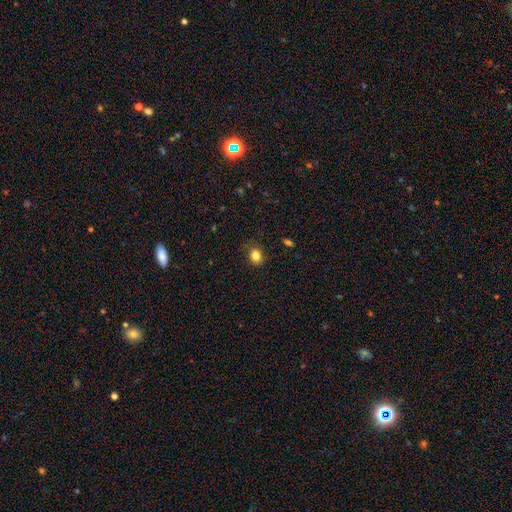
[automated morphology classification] This is clearly a smooth galaxy (83%). How rounded: possibly round (54%). Merging: likely none (79%).